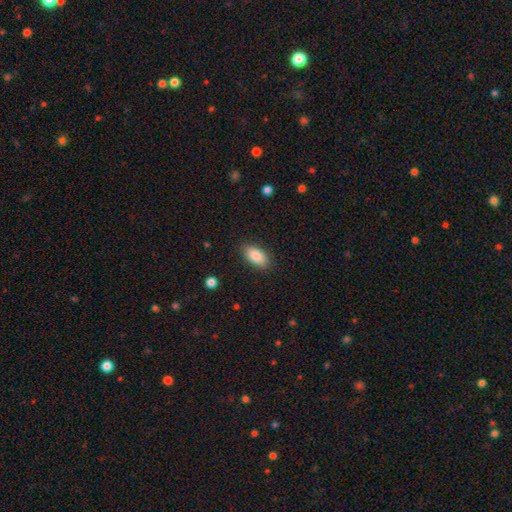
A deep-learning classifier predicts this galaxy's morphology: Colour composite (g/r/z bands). It shows a smooth galaxy with no disk features (87%) that is in between round and cigar-shaped (92%). Merging: none (86%).